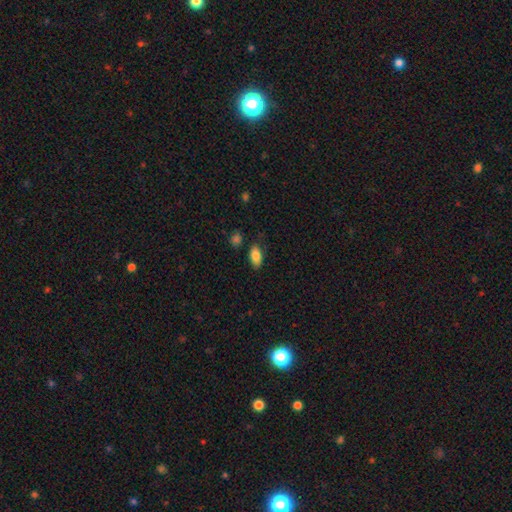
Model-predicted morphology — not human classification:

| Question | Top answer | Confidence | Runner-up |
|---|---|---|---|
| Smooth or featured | smooth | 84% | featured or disk (9%) |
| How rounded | in between | 91% | cigar-shaped (6%) |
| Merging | none | 80% | minor disturbance (14%) |